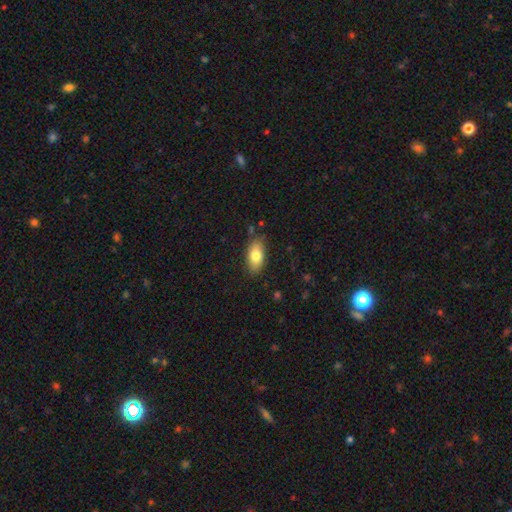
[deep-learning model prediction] This appears to be a smooth galaxy with no disk features (79%) that is in between round and cigar-shaped (89%). Merging: none (81%).